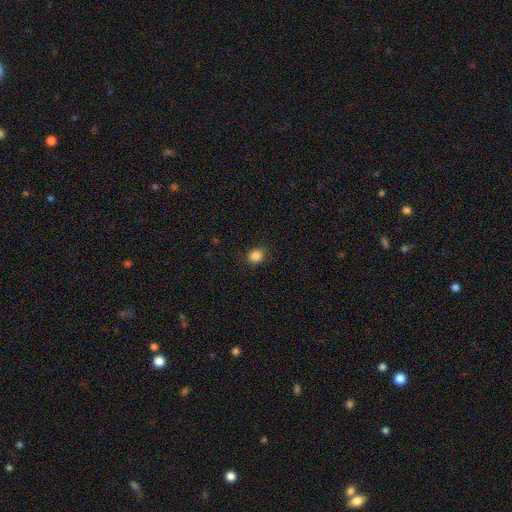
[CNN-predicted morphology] smooth_or_featured: smooth (p=0.86) [alt: star or artifact p=0.11]
how_rounded: round (p=0.80) [alt: in between p=0.19]
merging: none (p=0.86) [alt: minor disturbance p=0.10]